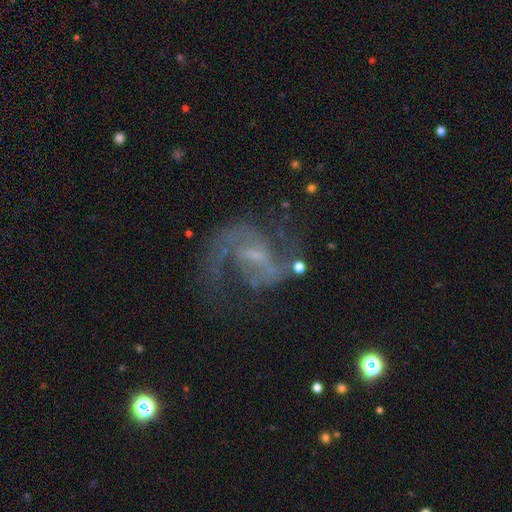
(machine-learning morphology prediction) Smooth or featured?
  - featured or disk: 84% *
  - star or artifact: 9%
  - smooth: 7%
Edge-on disk?
  - no: 98% *
  - yes: 2%
Bar?
  - weak: 53% *
  - no: 29%
  - strong: 18%
Spiral arms?
  - yes: 92% *
  - no: 8%
Spiral winding?
  - medium: 49% *
  - loose: 39%
  - tight: 12%
Spiral arm count?
  - 2: 78% *
  - 1: 11%
  - can't tell: 6%
  - 3: 2%
  - 4: 1%
  - more than 4: 1%
Bulge size?
  - small: 57% *
  - none: 23%
  - moderate: 17%
  - large: 2%
  - dominant: 1%
Merging?
  - none: 58% *
  - major disturbance: 21%
  - minor disturbance: 17%
  - merger: 4%